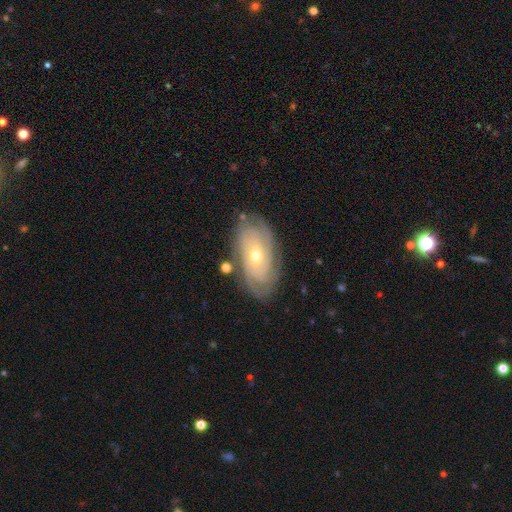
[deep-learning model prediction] Smooth or featured? Predicted: featured or disk (p=0.80). Edge-on disk? Predicted: no (p=0.94). Bar? Predicted: no (p=0.77). Spiral arms? Predicted: yes (p=0.91). Spiral winding? Predicted: tight (p=0.79). Spiral arm count? Predicted: can't tell (p=0.43). Bulge size? Predicted: small (p=0.52). Merging? Predicted: none (p=0.79).